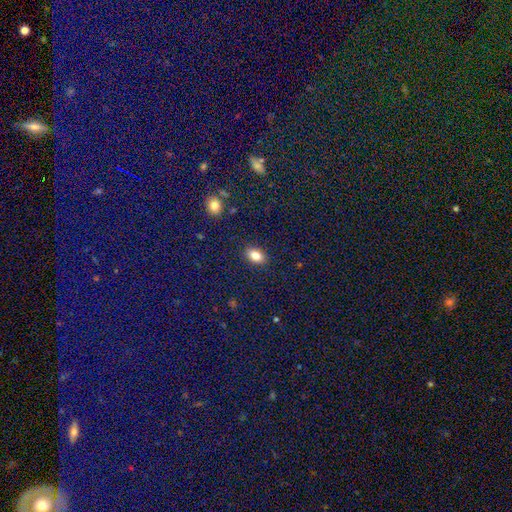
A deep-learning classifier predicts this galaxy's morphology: The model was most divided on "smooth or featured": smooth: 84%, star or artifact: 9%, featured or disk: 7%. More confident: how rounded — in between (88%); merging — none (88%).